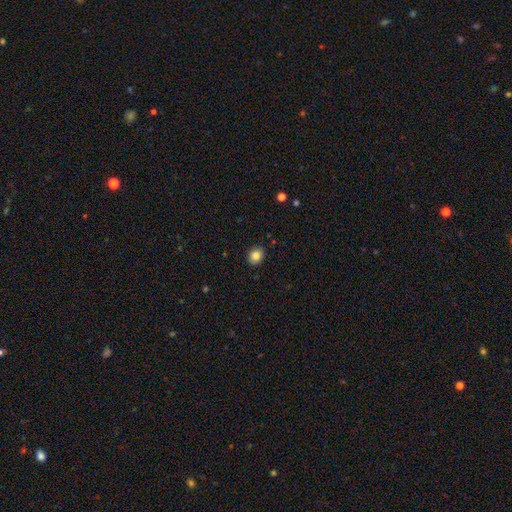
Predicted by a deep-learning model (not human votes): Smooth or featured: smooth — 84% (star or artifact — 10%)
How rounded: round — 64% (in between — 35%)
Merging: none — 89% (minor disturbance — 8%)